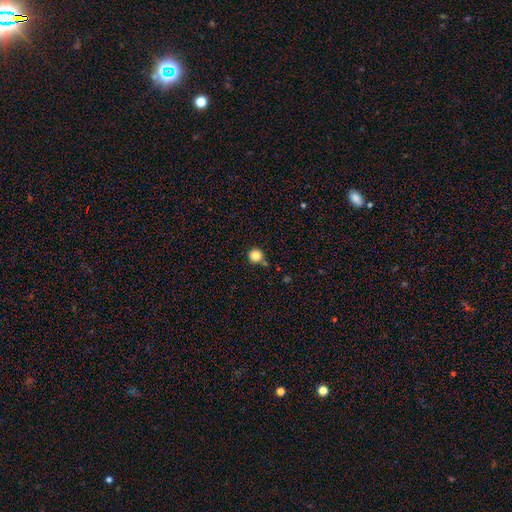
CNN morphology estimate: Smooth or featured? smooth (85%)
How rounded? round (96%)
Merging? none (83%)